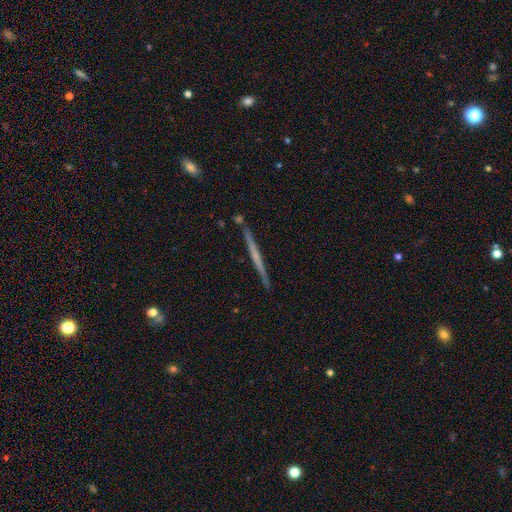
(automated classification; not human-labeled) This appears to be a featured or disk galaxy (60%) viewed edge-on (98%) with no central bulge (80%). Merging: none (90%).